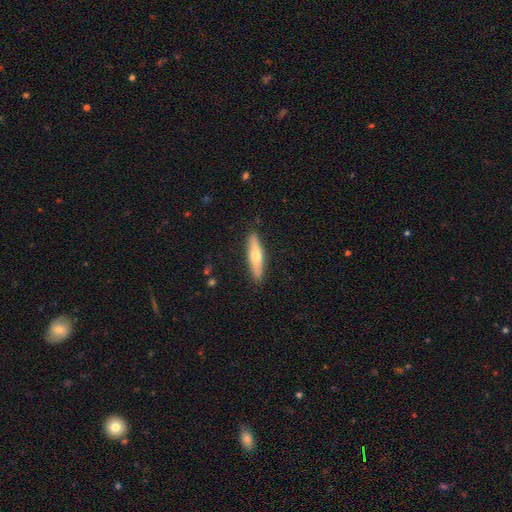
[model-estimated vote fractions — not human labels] smooth_or_featured: smooth (p=0.55) [alt: featured or disk p=0.39]
how_rounded: cigar-shaped (p=0.77) [alt: in between p=0.21]
merging: none (p=0.88) [alt: minor disturbance p=0.09]